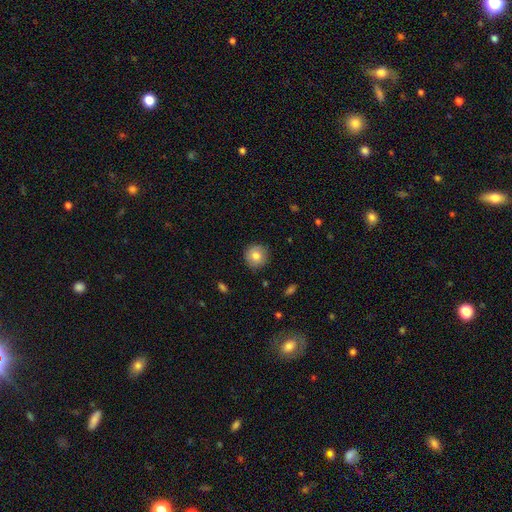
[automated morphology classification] The model was most divided on "smooth or featured": smooth: 79%, featured or disk: 12%, star or artifact: 9%. More confident: how rounded — round (94%); merging — none (89%).